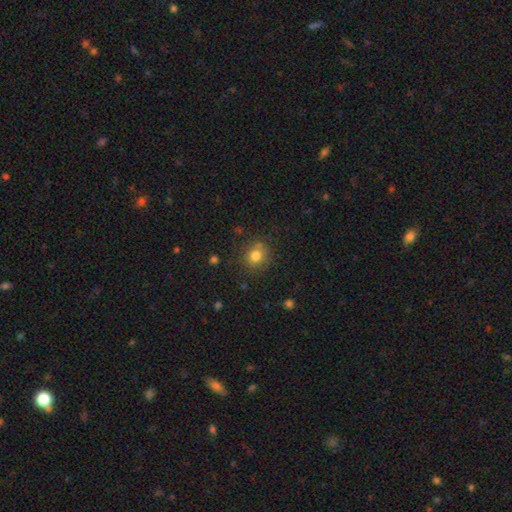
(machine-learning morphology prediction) This is likely a smooth galaxy (79%). How rounded: clearly round (83%). Merging: clearly none (80%).